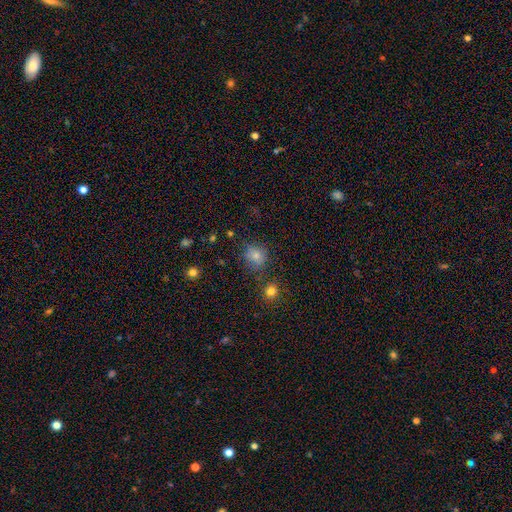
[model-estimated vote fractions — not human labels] smooth 76%, star or artifact 15%, featured or disk 8%. Down the decision tree: how rounded — round (81%); merging — none (74%).